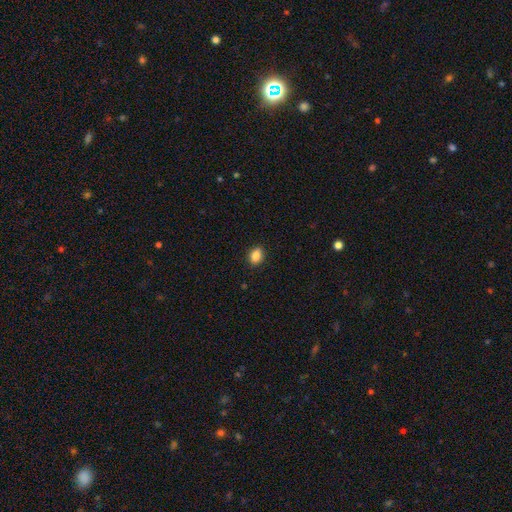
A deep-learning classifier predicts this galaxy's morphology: type=smooth (87%); roundness=in between (78%); merging=none (87%).